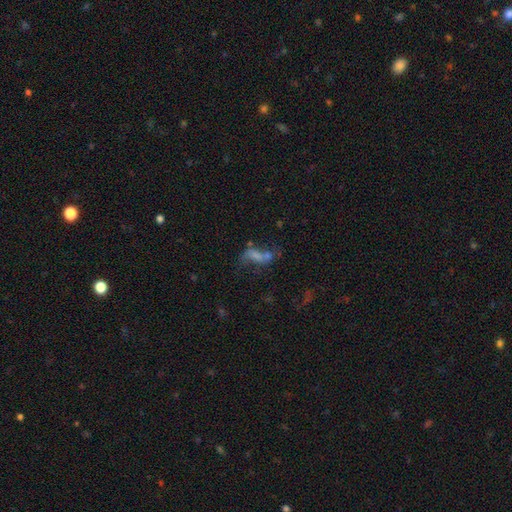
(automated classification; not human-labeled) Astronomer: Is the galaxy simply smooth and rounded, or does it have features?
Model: featured or disk — 44% (runner-up: smooth, 35%).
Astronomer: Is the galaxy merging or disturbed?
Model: none — 34% (runner-up: major disturbance, 28%).